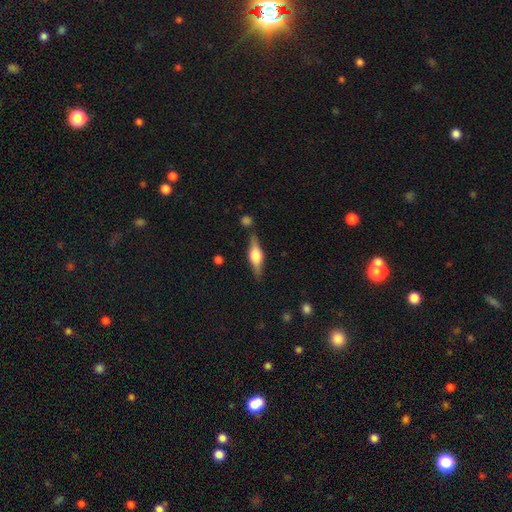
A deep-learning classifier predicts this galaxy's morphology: type=featured or disk (65%); edge-on=yes (96%); edge-on bulge=rounded (88%); merging=none (82%).